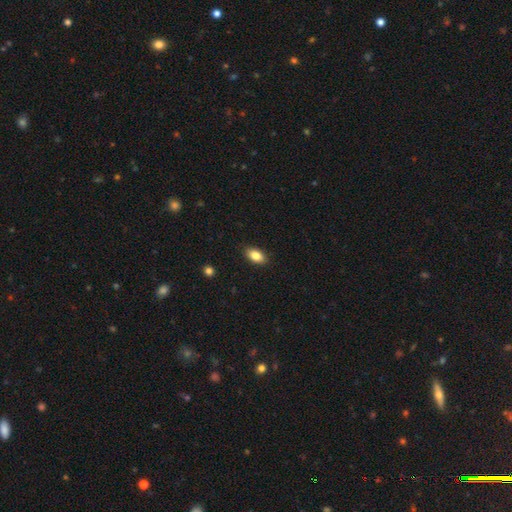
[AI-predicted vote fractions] Smooth or featured?
  - smooth: 84% *
  - featured or disk: 9%
  - star or artifact: 8%
How rounded?
  - in between: 90% *
  - round: 6%
  - cigar-shaped: 4%
Merging?
  - none: 88% *
  - minor disturbance: 9%
  - major disturbance: 2%
  - merger: 1%